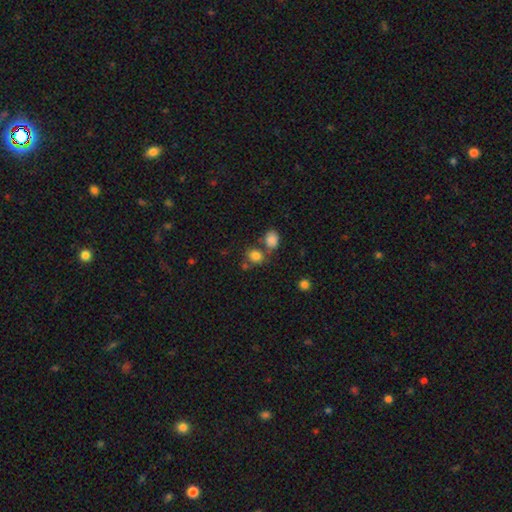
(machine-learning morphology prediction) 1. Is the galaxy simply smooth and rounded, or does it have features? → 82% smooth, 12% star or artifact, 6% featured or disk.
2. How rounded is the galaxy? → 72% round, 27% in between, 1% cigar-shaped.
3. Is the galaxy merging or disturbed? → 59% none, 26% merger, 11% minor disturbance, 4% major disturbance.